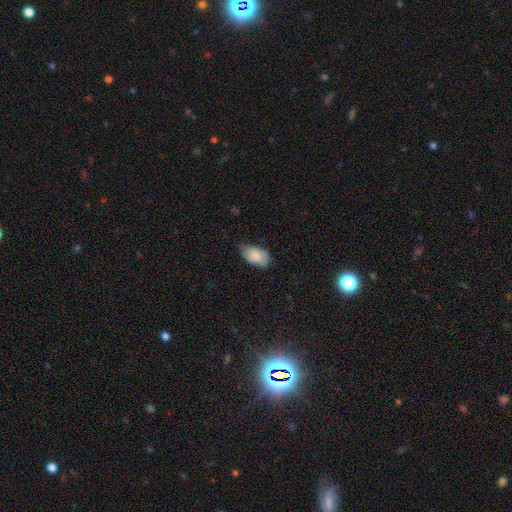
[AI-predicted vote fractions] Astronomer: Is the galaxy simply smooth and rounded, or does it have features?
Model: smooth — 82%.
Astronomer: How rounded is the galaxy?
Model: in between — 94%.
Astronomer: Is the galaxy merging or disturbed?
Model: none — 57% (runner-up: minor disturbance, 36%).